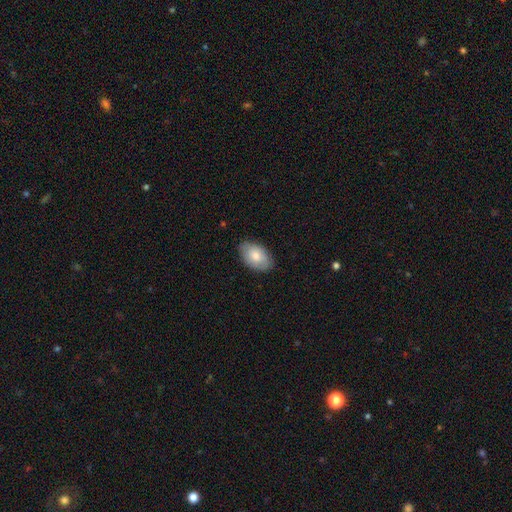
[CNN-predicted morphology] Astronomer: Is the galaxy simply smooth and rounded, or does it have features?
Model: smooth — 73%.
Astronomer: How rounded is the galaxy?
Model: in between — 91%.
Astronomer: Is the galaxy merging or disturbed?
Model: none — 81%.